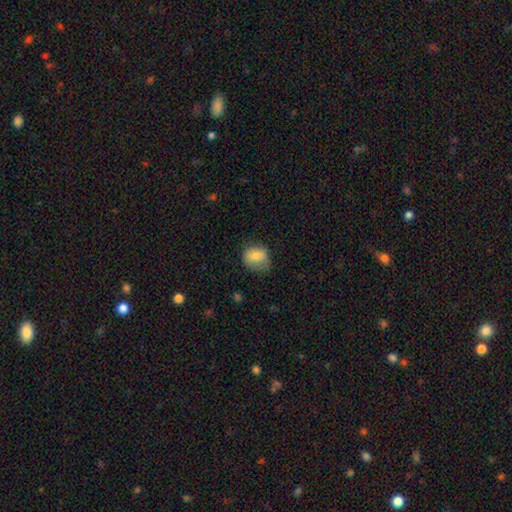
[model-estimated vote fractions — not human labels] Smooth or featured: smooth — 78% (featured or disk — 14%)
How rounded: round — 62% (in between — 37%)
Merging: none — 66% (minor disturbance — 24%)